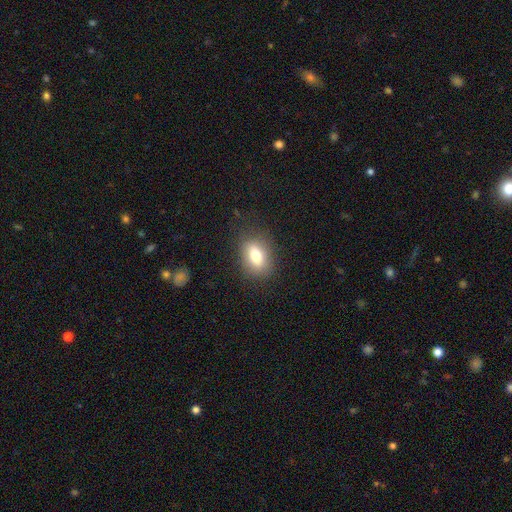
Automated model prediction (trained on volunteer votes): Morphology: type=smooth (74%); roundness=in between (74%); merging=none (81%).